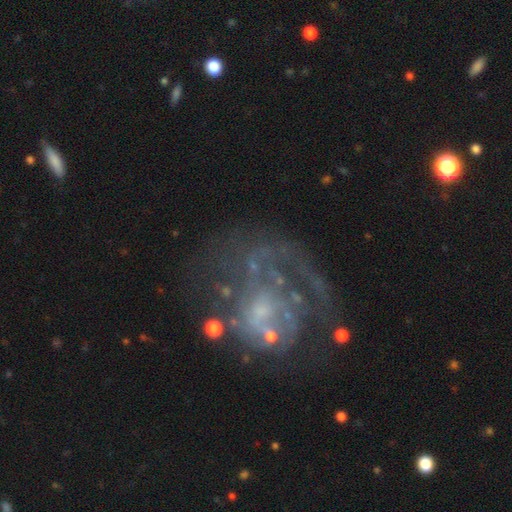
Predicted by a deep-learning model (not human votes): smooth-or-featured: featured or disk: 74% | smooth: 13% | star or artifact: 13%
  disk-edge-on: no: 98% | yes: 2%
    bar: no: 79% | weak: 18% | strong: 3%
    has-spiral-arms: yes: 62% | no: 38%
    bulge-size: small: 41% | none: 39% | moderate: 17% | large: 2% | dominant: 1%
  merging: none: 39% | major disturbance: 37% | minor disturbance: 16% | merger: 7%